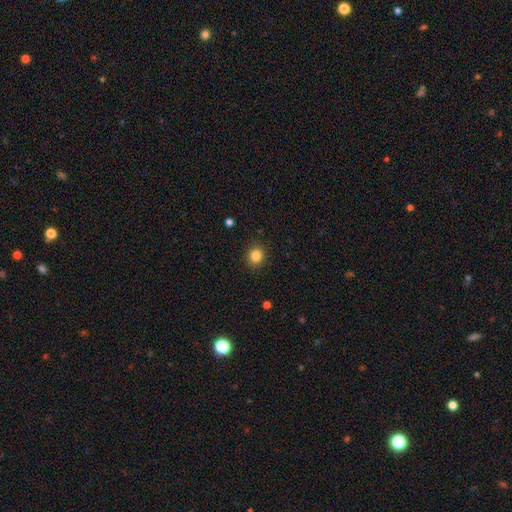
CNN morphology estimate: Smooth or featured? Predicted: smooth (p=0.84). How rounded? Predicted: round (p=0.82). Merging? Predicted: none (p=0.90).